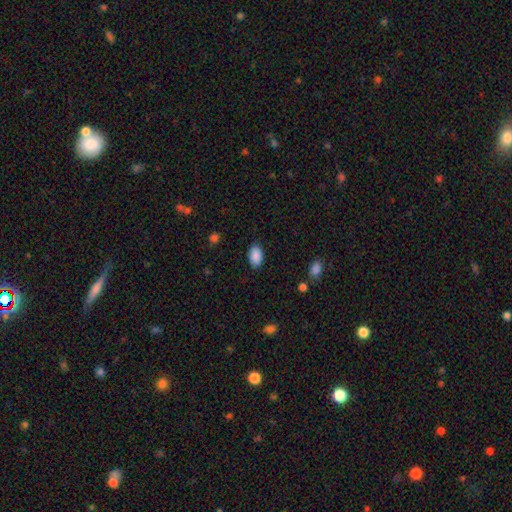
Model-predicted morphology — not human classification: The model was most divided on "merging": none: 86%, minor disturbance: 10%, major disturbance: 3%, merger: 1%. More confident: how rounded — in between (93%); smooth or featured — smooth (90%).